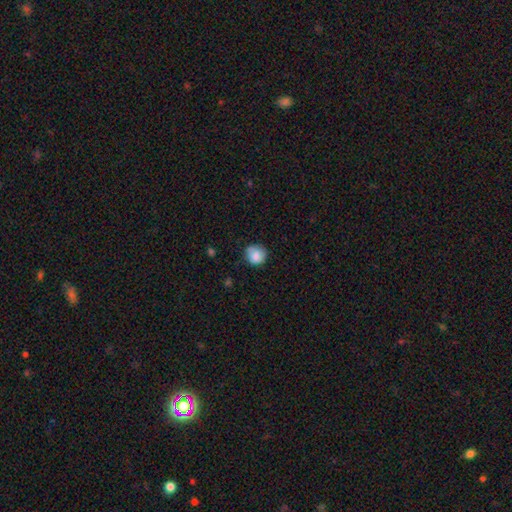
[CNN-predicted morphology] A smooth galaxy with no disk features (81%) that is round (87%).

Vote fractions:
- Smooth or featured? smooth: 81% / featured or disk: 10% / star or artifact: 8%
- How rounded? round: 87% / in between: 12% / cigar-shaped: 1%
- Merging? none: 69% / minor disturbance: 24% / major disturbance: 5% / merger: 2%